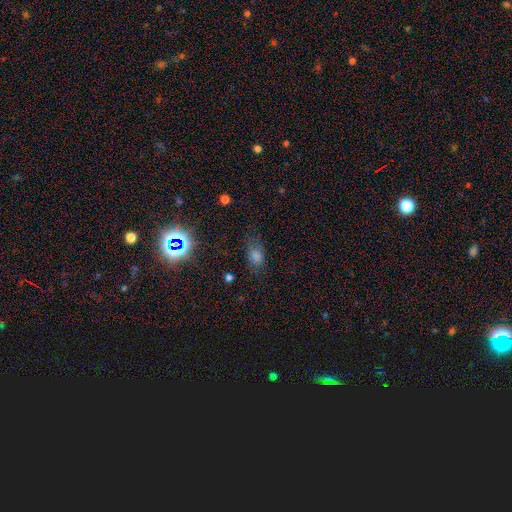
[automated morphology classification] This appears to be a smooth galaxy with no disk features (62%) that is in between round and cigar-shaped (79%). Merging: none (66%).